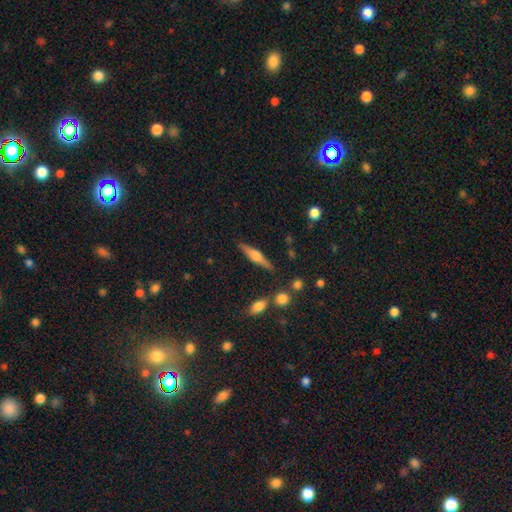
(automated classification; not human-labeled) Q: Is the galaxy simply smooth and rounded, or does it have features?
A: featured or disk — 59%.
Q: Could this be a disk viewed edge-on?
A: yes — 96%.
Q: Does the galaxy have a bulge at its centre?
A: rounded — 87%.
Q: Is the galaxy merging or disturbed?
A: none — 85%.